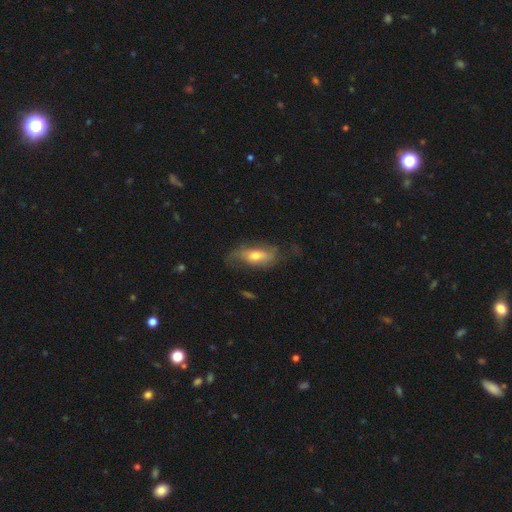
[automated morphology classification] This appears to be a featured or disk galaxy (48%). Merging: none (48%).